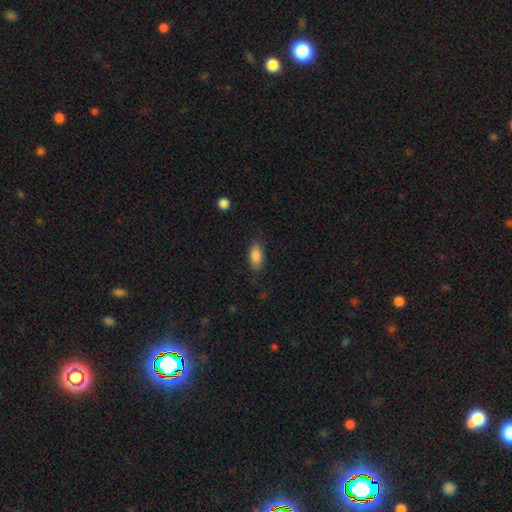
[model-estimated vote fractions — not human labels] This is clearly a smooth galaxy (87%). How rounded: clearly in between (90%). Merging: clearly none (81%).